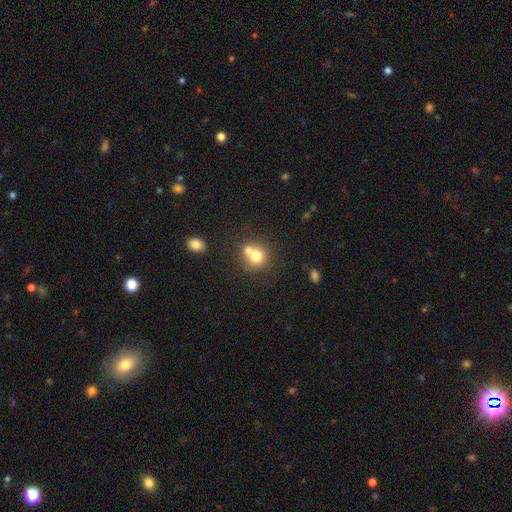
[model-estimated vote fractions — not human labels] This is likely a smooth galaxy (73%). How rounded: clearly round (85%). Merging: marginally merger (45%, tied with none).